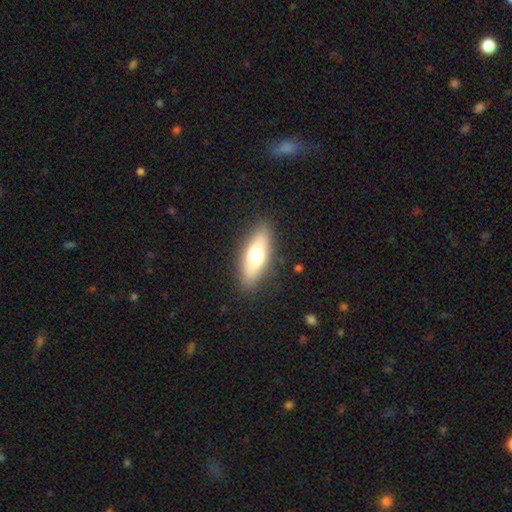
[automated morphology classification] smooth 63%, featured or disk 30%, star or artifact 7%. Down the decision tree: how rounded — in between (64%); merging — none (86%).